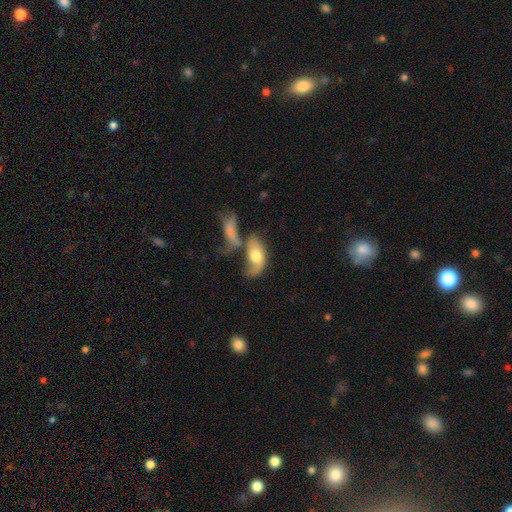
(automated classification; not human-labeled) Overall: smooth (50%; featured or disk 43%). Merging: merger (38%; none 27%).